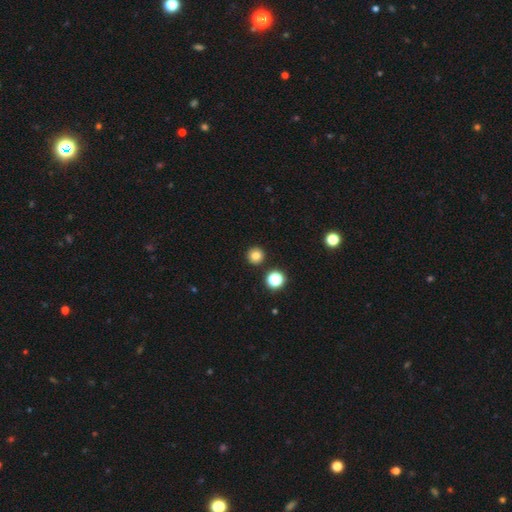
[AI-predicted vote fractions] smooth-or-featured: smooth: 80% | star or artifact: 14% | featured or disk: 6%
  how-rounded: round: 96% | in between: 3% | cigar-shaped: 1%
  merging: none: 92% | minor disturbance: 4% | merger: 2% | major disturbance: 2%